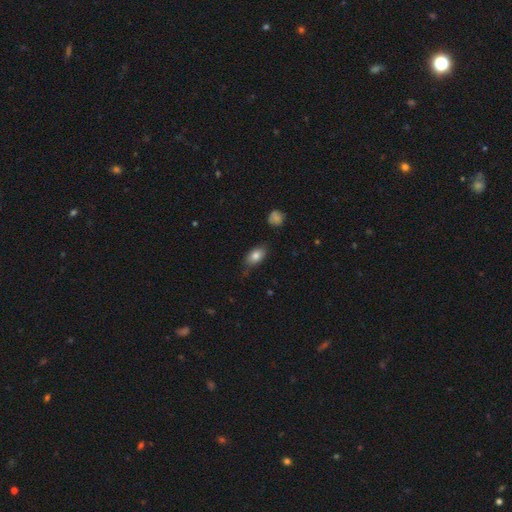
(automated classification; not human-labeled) A smooth galaxy with no disk features (81%) that is in between round and cigar-shaped (86%). Merging: none (71%).